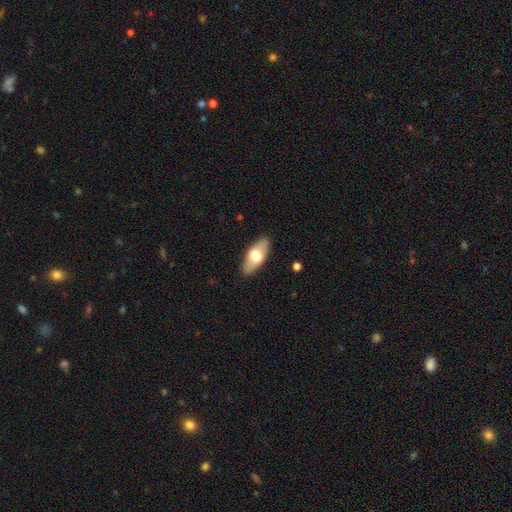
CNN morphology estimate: The model was most divided on "smooth or featured": smooth: 63%, featured or disk: 32%, star or artifact: 6%. More confident: merging — none (87%); how rounded — in between (84%).